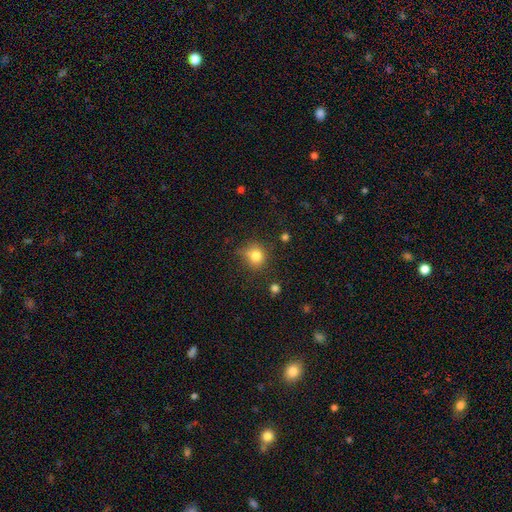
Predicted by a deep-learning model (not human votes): A smooth galaxy with no disk features (80%) that is round (84%).

Vote fractions:
- Smooth or featured? smooth: 80% / star or artifact: 12% / featured or disk: 8%
- How rounded? round: 84% / in between: 15% / cigar-shaped: 1%
- Merging? none: 68% / minor disturbance: 21% / major disturbance: 6% / merger: 5%